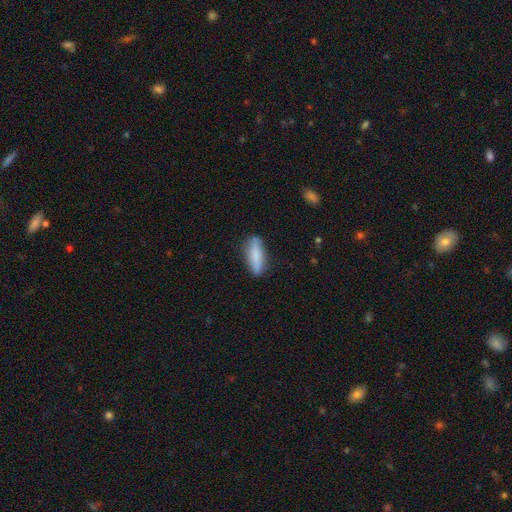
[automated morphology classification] Q: Smooth or featured?
A: smooth (79%); runner-up: featured or disk (15%)
Q: How rounded?
A: cigar-shaped (49%); tied with: in between (49%)
Q: Merging?
A: none (79%); runner-up: minor disturbance (16%)